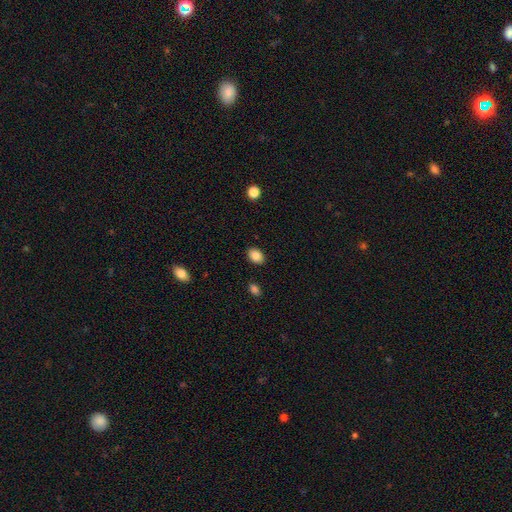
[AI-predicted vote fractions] A smooth galaxy with no disk features (85%) that is in between round and cigar-shaped (73%).

Vote fractions:
- Smooth or featured? smooth: 85% / star or artifact: 8% / featured or disk: 6%
- How rounded? in between: 73% / round: 26% / cigar-shaped: 1%
- Merging? none: 89% / minor disturbance: 8% / major disturbance: 2% / merger: 1%